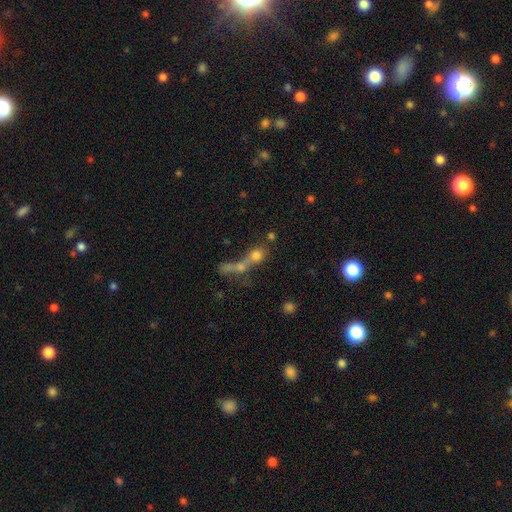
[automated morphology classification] The model was most divided on "how rounded": round: 56%, in between: 33%, cigar-shaped: 12%. More confident: smooth or featured — smooth (65%); merging — merger (64%).